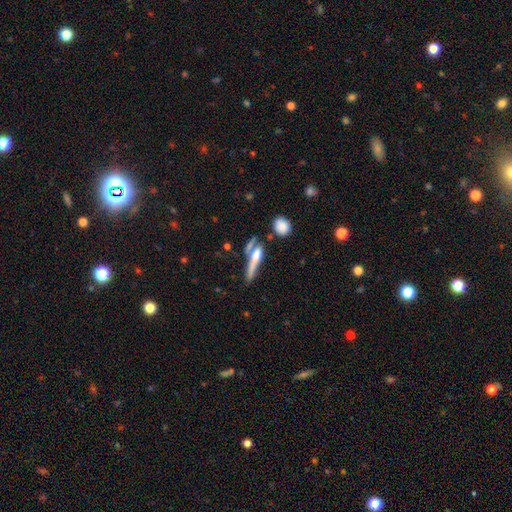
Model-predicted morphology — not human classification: Overall: smooth (47%; featured or disk 44%). Merging: none (38%; merger 28%).